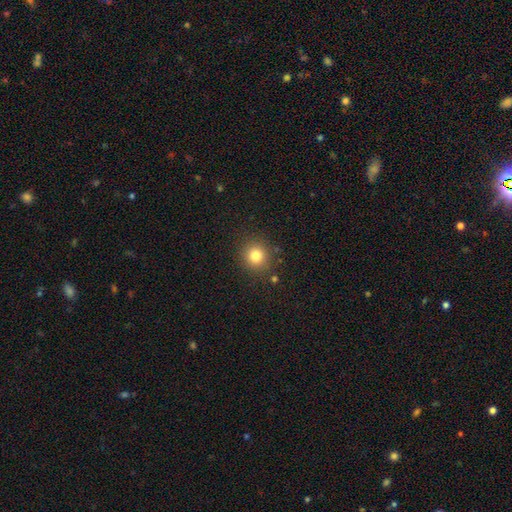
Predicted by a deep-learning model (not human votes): smooth 81%, star or artifact 13%, featured or disk 6%. Down the decision tree: how rounded — round (90%); merging — none (87%).